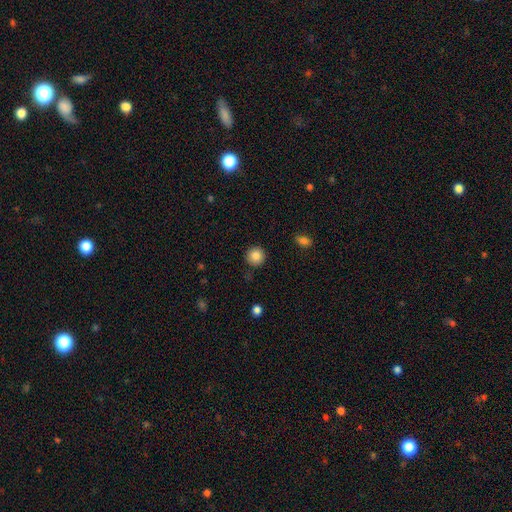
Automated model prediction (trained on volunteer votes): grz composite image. It shows a smooth galaxy with no disk features (85%) that is round (94%). Merging: none (89%).